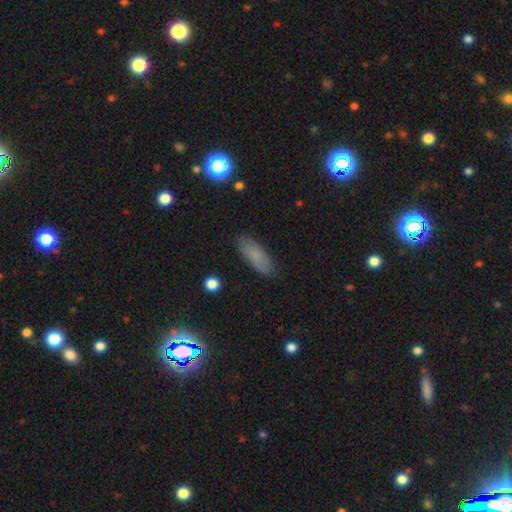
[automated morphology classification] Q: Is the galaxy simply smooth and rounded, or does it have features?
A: smooth — 73%.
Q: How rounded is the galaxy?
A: in between — 71%.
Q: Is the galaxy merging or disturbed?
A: none — 83%.